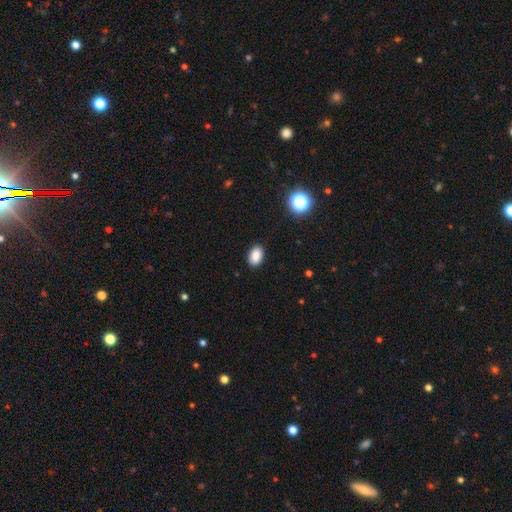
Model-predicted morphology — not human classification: This appears to be a smooth galaxy with no disk features (87%) that is in between round and cigar-shaped (87%). Merging: none (89%).